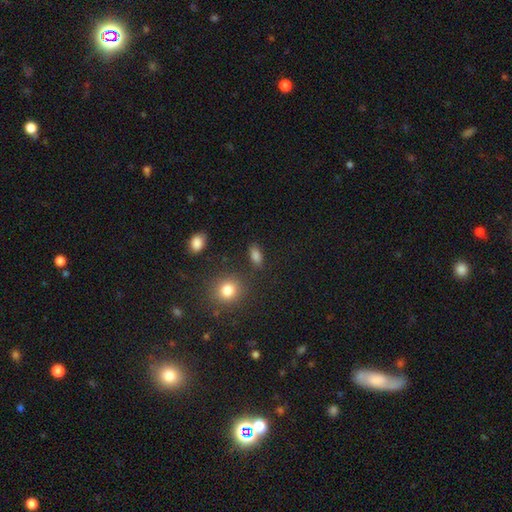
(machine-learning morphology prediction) smooth-or-featured: smooth: 83% | star or artifact: 11% | featured or disk: 6%
  how-rounded: in between: 83% | round: 11% | cigar-shaped: 6%
  merging: none: 79% | minor disturbance: 13% | merger: 4% | major disturbance: 4%